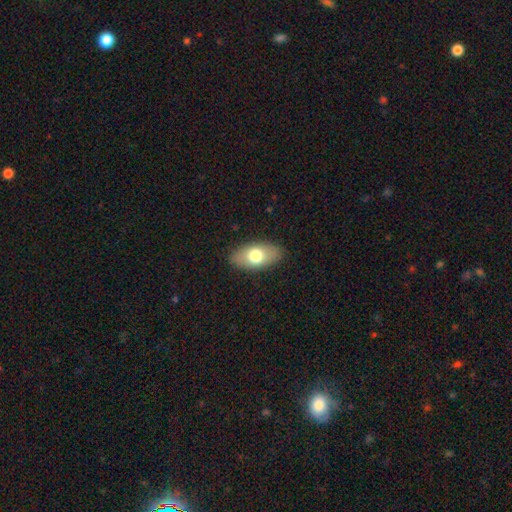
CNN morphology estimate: Smooth or featured? Predicted: smooth (p=0.70). How rounded? Predicted: in between (p=0.91). Merging? Predicted: none (p=0.87).